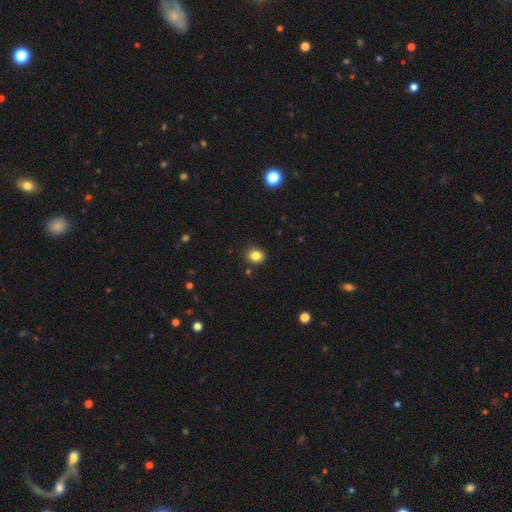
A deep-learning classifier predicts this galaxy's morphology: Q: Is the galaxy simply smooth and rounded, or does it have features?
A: smooth — 84%.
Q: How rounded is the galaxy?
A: round — 67%.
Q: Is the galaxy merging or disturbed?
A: none — 89%.